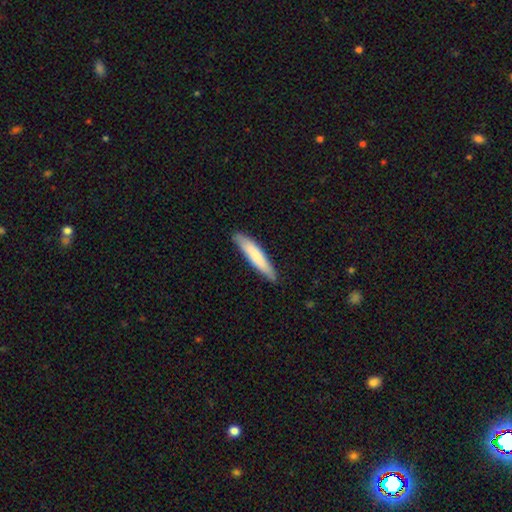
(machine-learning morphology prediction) smooth-or-featured: smooth: 75% | featured or disk: 20% | star or artifact: 5%
  how-rounded: cigar-shaped: 89% | in between: 10% | round: 1%
  merging: none: 86% | minor disturbance: 11% | major disturbance: 2% | merger: 1%